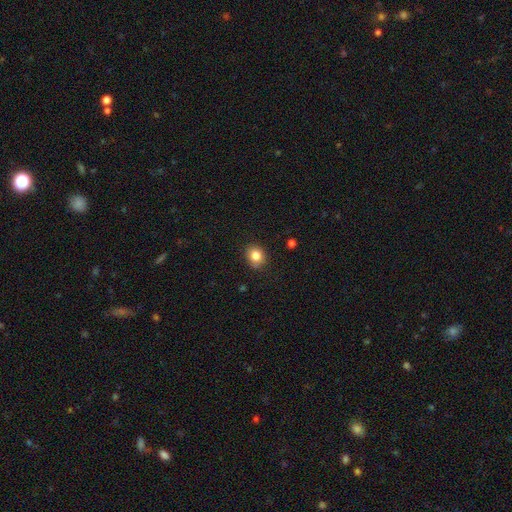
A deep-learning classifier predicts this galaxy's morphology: Smooth or featured? Predicted: smooth (p=0.84). How rounded? Predicted: round (p=0.66). Merging? Predicted: none (p=0.85).